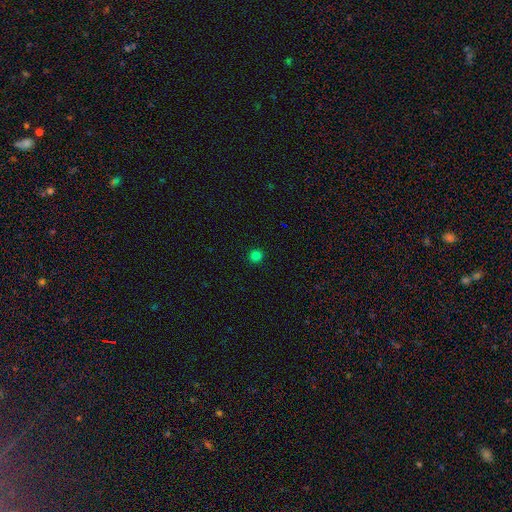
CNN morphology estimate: Smooth or featured?
  - smooth: 80% *
  - star or artifact: 17%
  - featured or disk: 3%
How rounded?
  - round: 92% *
  - in between: 7%
  - cigar-shaped: 1%
Merging?
  - none: 92% *
  - minor disturbance: 5%
  - major disturbance: 2%
  - merger: 1%